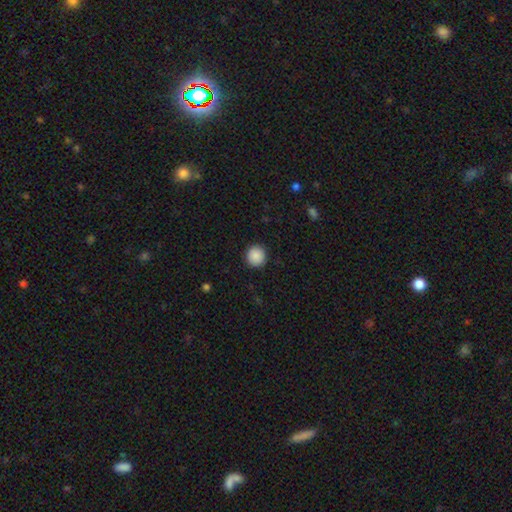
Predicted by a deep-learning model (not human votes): This is clearly a smooth galaxy (89%). How rounded: clearly round (94%). Merging: clearly none (92%).